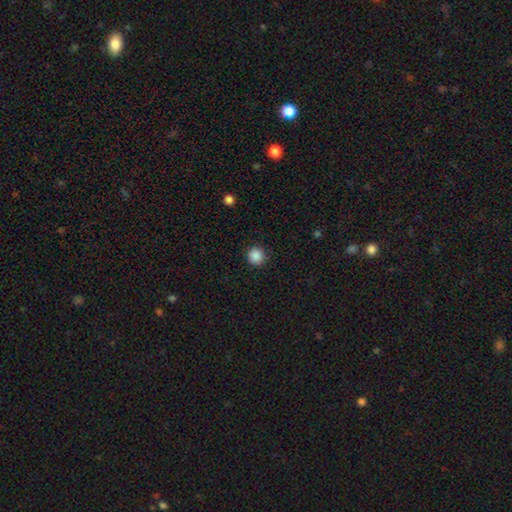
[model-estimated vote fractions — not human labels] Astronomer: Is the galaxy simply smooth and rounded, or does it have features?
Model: smooth — 88%.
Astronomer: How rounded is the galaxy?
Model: round — 94%.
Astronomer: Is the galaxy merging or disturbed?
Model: none — 90%.